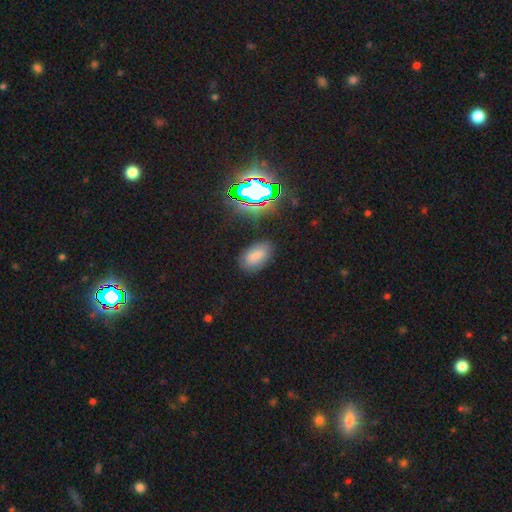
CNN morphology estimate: Smooth or featured? Predicted: smooth (p=0.72). How rounded? Predicted: in between (p=0.92). Merging? Predicted: none (p=0.80).